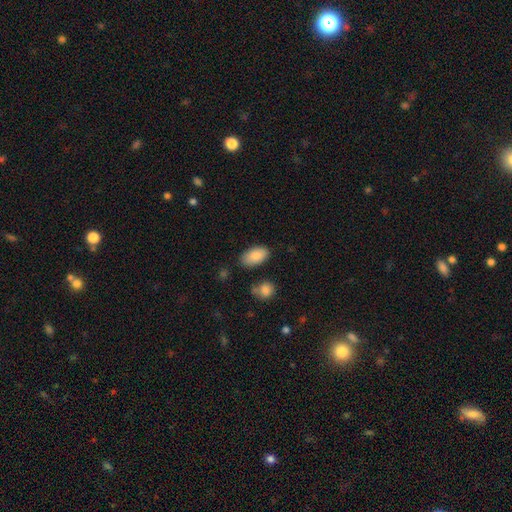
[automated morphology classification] Smooth or featured?
  - smooth: 87% *
  - featured or disk: 6%
  - star or artifact: 6%
How rounded?
  - in between: 95% *
  - round: 3%
  - cigar-shaped: 2%
Merging?
  - none: 82% *
  - minor disturbance: 12%
  - merger: 3%
  - major disturbance: 3%